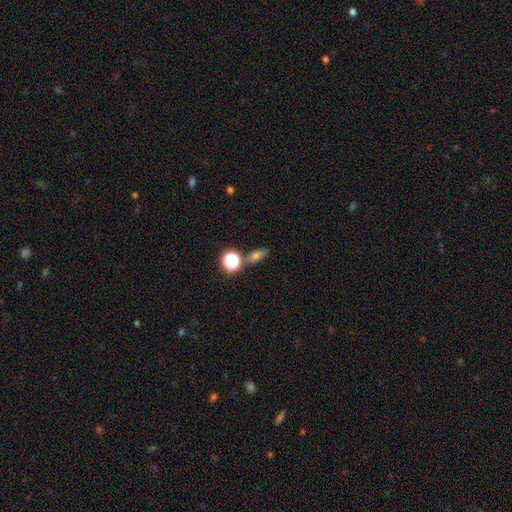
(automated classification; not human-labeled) Smooth or featured?
  - smooth: 54% *
  - star or artifact: 30%
  - featured or disk: 16%
How rounded?
  - in between: 59% *
  - round: 29%
  - cigar-shaped: 11%
Merging?
  - none: 75% *
  - merger: 11%
  - minor disturbance: 10%
  - major disturbance: 4%